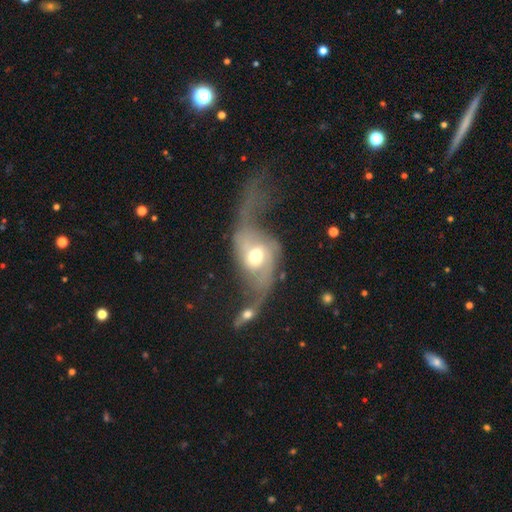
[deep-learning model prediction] Smooth or featured? Predicted: featured or disk (p=0.71). Edge-on disk? Predicted: no (p=0.94). Bar? Predicted: no (p=0.59). Spiral arms? Predicted: yes (p=0.78). Spiral winding? Predicted: loose (p=0.68). Spiral arm count? Predicted: 2 (p=0.71). Bulge size? Predicted: moderate (p=0.63). Merging? Predicted: merger (p=0.41).